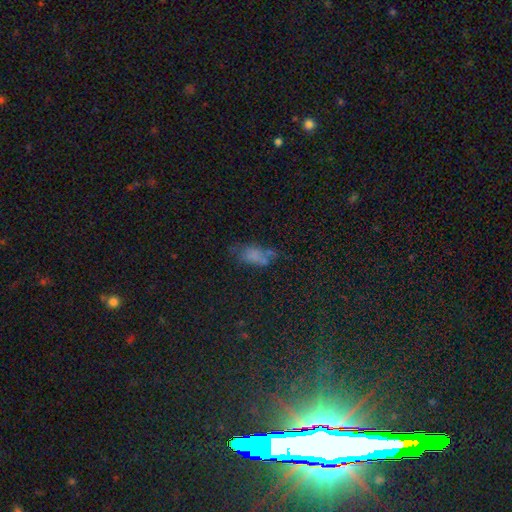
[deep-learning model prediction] The model was most divided on "merging": none: 44%, minor disturbance: 26%, major disturbance: 17%, merger: 13%. More confident: how rounded — in between (82%); smooth or featured — smooth (58%).